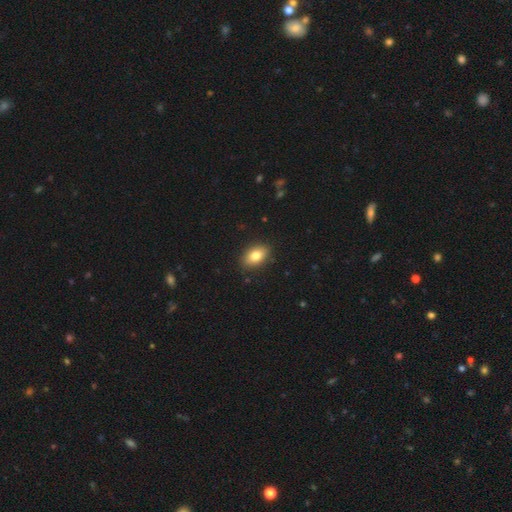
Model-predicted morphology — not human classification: smooth_or_featured: smooth (p=0.81) [alt: featured or disk p=0.11]
how_rounded: in between (p=0.87) [alt: round p=0.11]
merging: none (p=0.88) [alt: minor disturbance p=0.09]